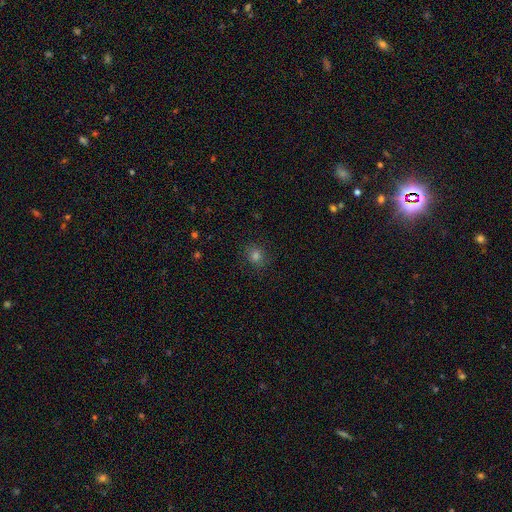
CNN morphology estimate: type=smooth (76%); roundness=round (80%); merging=none (88%).